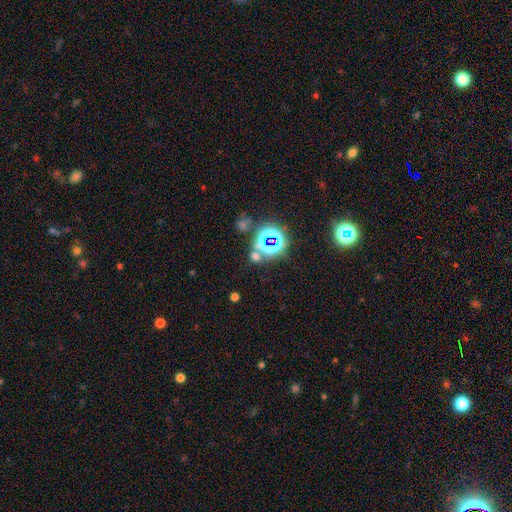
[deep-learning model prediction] Smooth or featured: star or artifact — 55% (smooth — 38%)